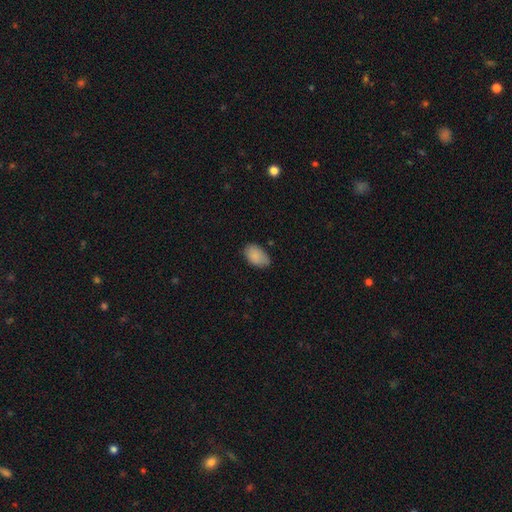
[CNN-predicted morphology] Smooth or featured? smooth (88%)
How rounded? in between (92%)
Merging? none (72%)